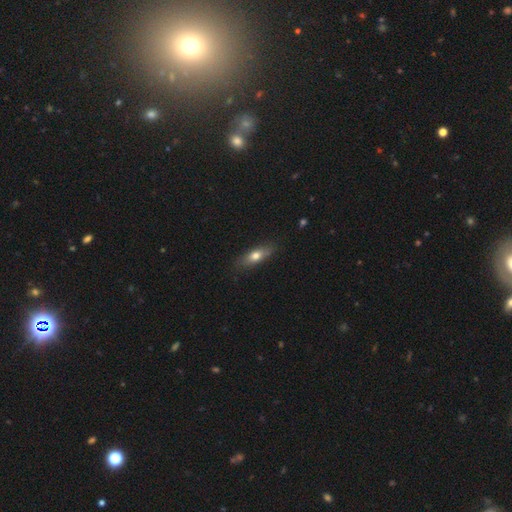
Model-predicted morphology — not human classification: The model was most divided on "how rounded": in between: 58%, cigar-shaped: 37%, round: 4%. More confident: merging — none (81%); smooth or featured — smooth (68%).